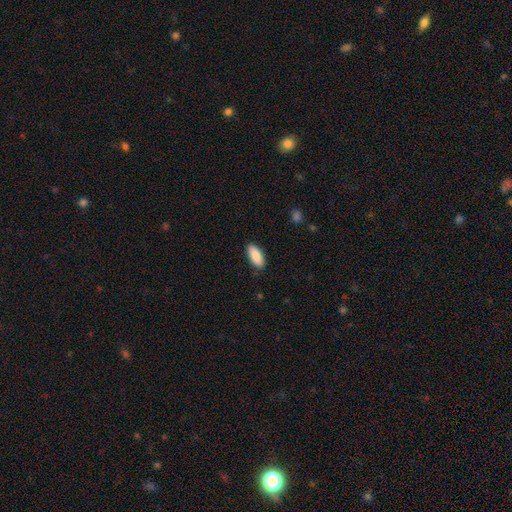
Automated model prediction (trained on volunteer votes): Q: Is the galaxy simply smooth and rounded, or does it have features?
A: smooth — 89%.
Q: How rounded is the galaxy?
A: in between — 88%.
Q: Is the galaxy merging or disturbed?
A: none — 87%.